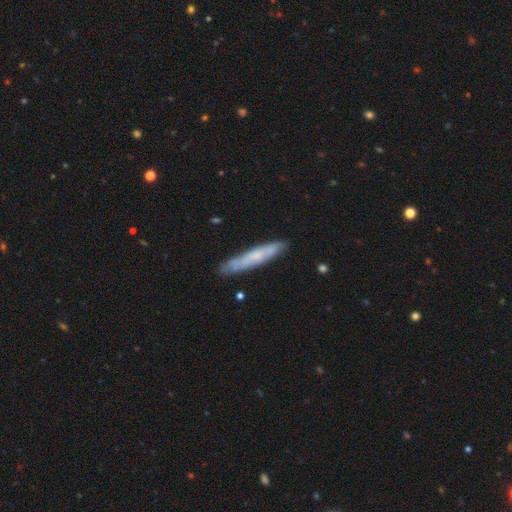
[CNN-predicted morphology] Overall: featured or disk (48%; smooth 46%). Merging: none (82%).